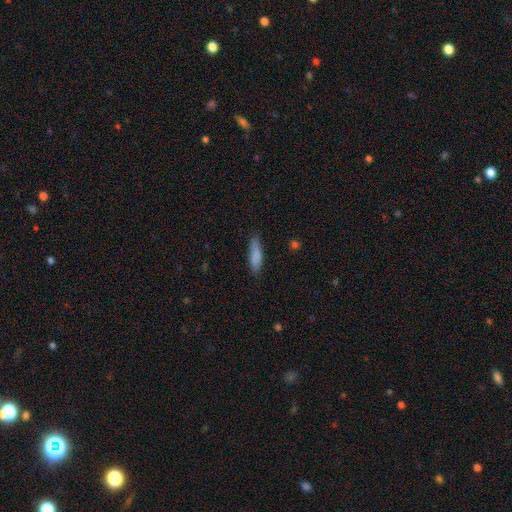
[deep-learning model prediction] Smooth or featured?
  - smooth: 83% *
  - featured or disk: 10%
  - star or artifact: 7%
How rounded?
  - cigar-shaped: 61% *
  - in between: 37%
  - round: 2%
Merging?
  - none: 78% *
  - minor disturbance: 17%
  - major disturbance: 3%
  - merger: 2%